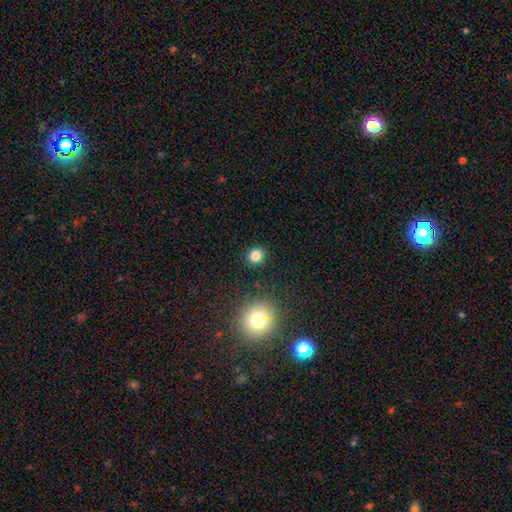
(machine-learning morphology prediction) Smooth or featured?
  - smooth: 82% *
  - star or artifact: 13%
  - featured or disk: 5%
How rounded?
  - round: 80% *
  - in between: 19%
  - cigar-shaped: 1%
Merging?
  - none: 89% *
  - minor disturbance: 6%
  - major disturbance: 2%
  - merger: 2%